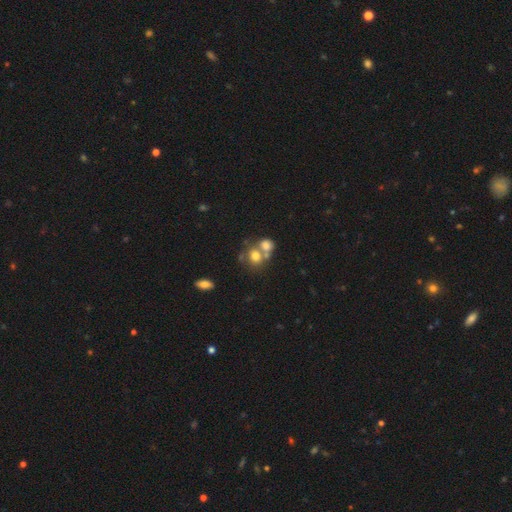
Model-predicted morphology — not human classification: The model was most divided on "merging": merger: 52%, none: 34%, minor disturbance: 9%, major disturbance: 5%. More confident: smooth or featured — smooth (71%); how rounded — round (63%).